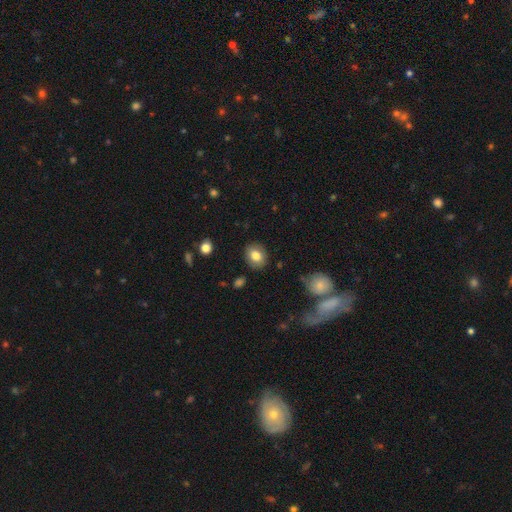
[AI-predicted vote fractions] Smooth or featured: smooth — 79% (featured or disk — 13%)
How rounded: round — 54% (in between — 45%)
Merging: none — 86% (minor disturbance — 10%)